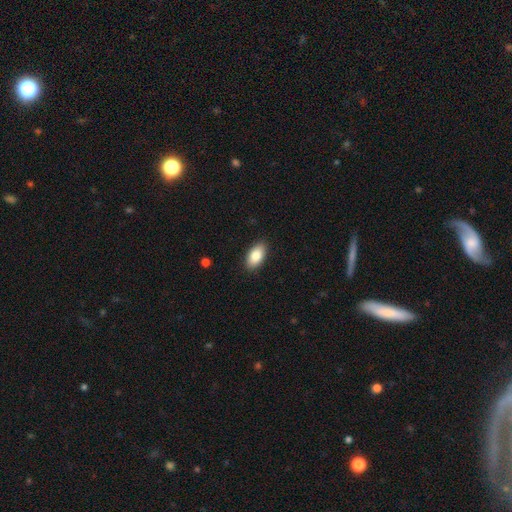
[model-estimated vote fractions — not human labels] Smooth or featured: smooth — 85% (featured or disk — 9%)
How rounded: in between — 93% (round — 3%)
Merging: none — 89% (minor disturbance — 8%)